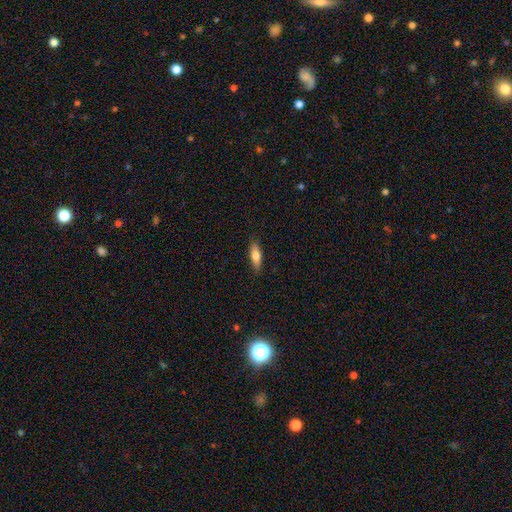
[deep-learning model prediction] Smooth or featured?
  - smooth: 73% *
  - featured or disk: 21%
  - star or artifact: 6%
How rounded?
  - in between: 52% *
  - cigar-shaped: 46%
  - round: 2%
Merging?
  - none: 86% *
  - minor disturbance: 11%
  - major disturbance: 2%
  - merger: 1%